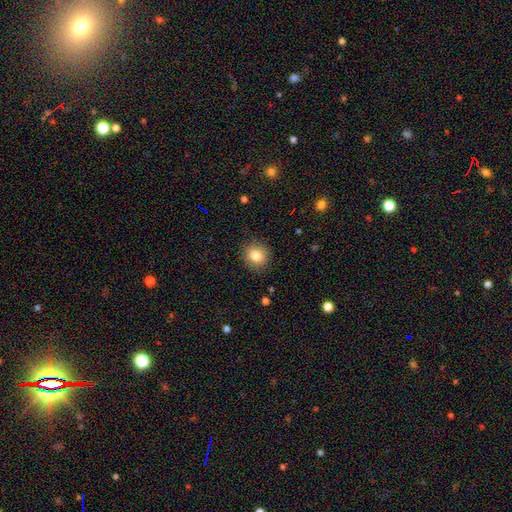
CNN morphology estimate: This appears to be a smooth galaxy with no disk features (82%) that is round (85%). Merging: none (89%).